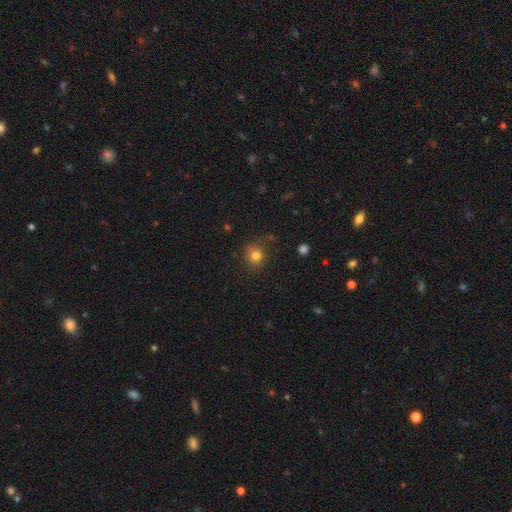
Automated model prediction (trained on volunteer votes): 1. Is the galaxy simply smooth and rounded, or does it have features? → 79% smooth, 13% star or artifact, 7% featured or disk.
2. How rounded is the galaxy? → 81% round, 19% in between, 1% cigar-shaped.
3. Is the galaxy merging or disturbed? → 74% none, 18% minor disturbance, 6% major disturbance, 2% merger.